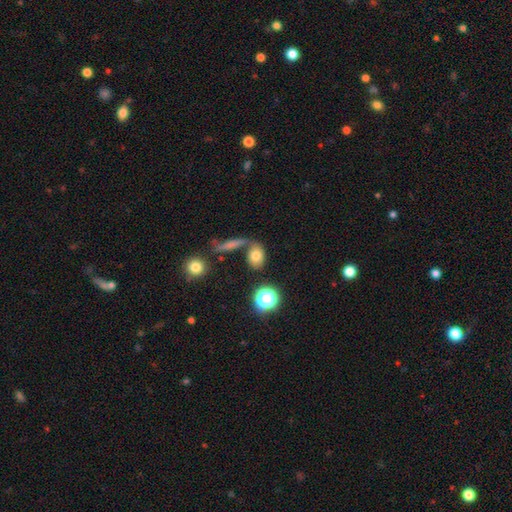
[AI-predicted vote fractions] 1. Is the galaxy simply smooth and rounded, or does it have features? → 75% smooth, 13% featured or disk, 12% star or artifact.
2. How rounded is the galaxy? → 69% in between, 27% round, 4% cigar-shaped.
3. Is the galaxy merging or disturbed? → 52% none, 25% merger, 14% minor disturbance, 9% major disturbance.